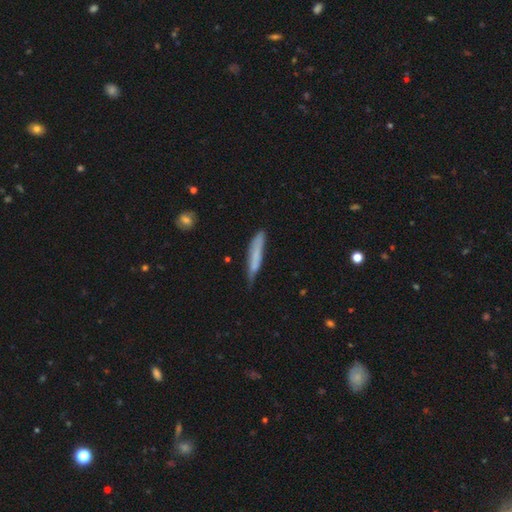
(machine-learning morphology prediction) The model was most divided on "merging": none: 58%, minor disturbance: 32%, major disturbance: 7%, merger: 3%. More confident: how rounded — cigar-shaped (92%); smooth or featured — smooth (67%).